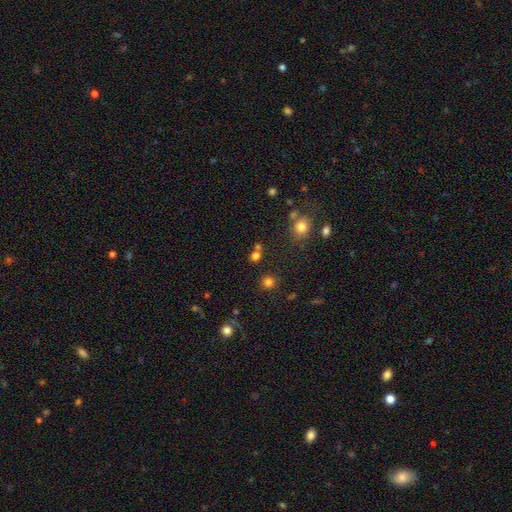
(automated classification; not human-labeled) A smooth galaxy with no disk features (73%) that is round (76%). Merging: none (64%).